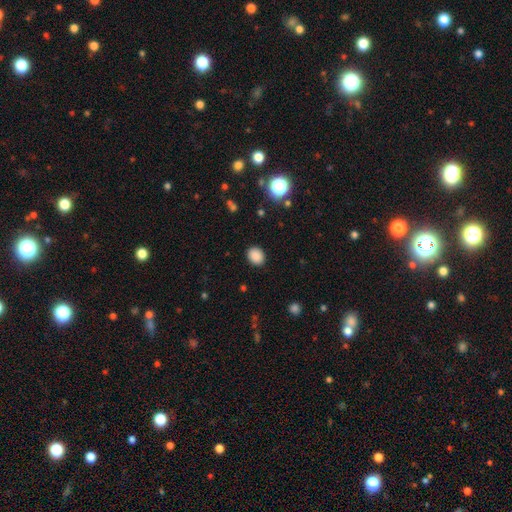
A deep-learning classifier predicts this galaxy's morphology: The model was most divided on "how rounded": round: 52%, in between: 48%, cigar-shaped: 1%. More confident: merging — none (89%); smooth or featured — smooth (87%).